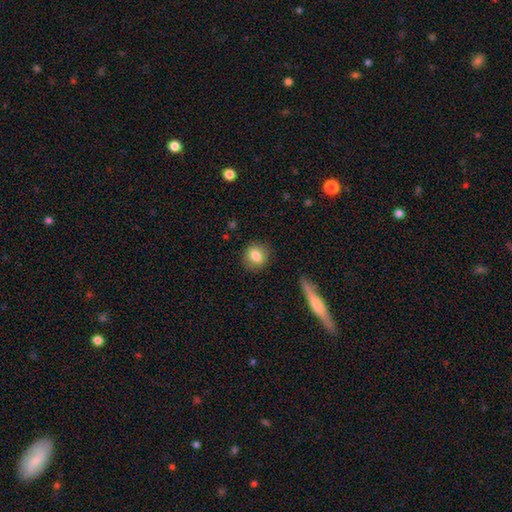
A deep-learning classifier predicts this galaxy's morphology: This appears to be a smooth galaxy with no disk features (82%) that is round (79%). Merging: none (87%).